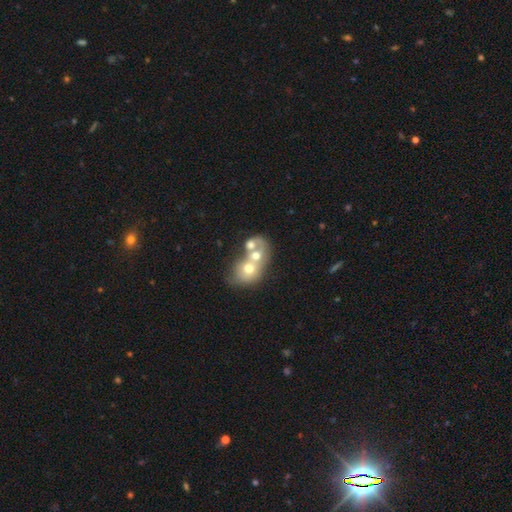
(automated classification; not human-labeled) This appears to be a smooth galaxy with no disk features (52%) that is round (51%). Merging: merger (75%).